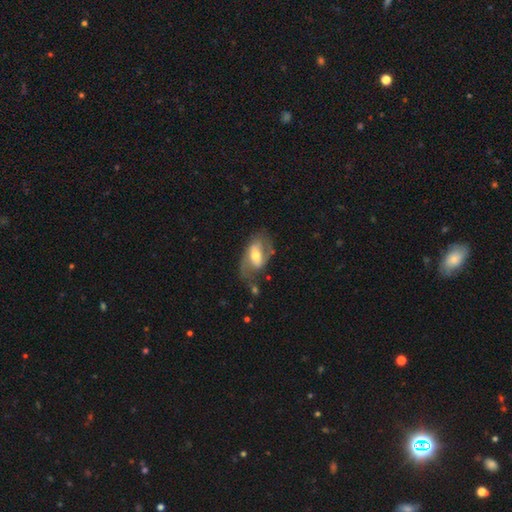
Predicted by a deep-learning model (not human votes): smooth-or-featured: featured or disk: 70% | smooth: 24% | star or artifact: 6%
  disk-edge-on: no: 93% | yes: 7%
    bar: weak: 39% | strong: 36% | no: 25%
    has-spiral-arms: yes: 77% | no: 23%
    bulge-size: moderate: 69% | small: 19% | large: 10% | dominant: 1% | none: 1%
  merging: none: 52% | minor disturbance: 24% | major disturbance: 19% | merger: 5%